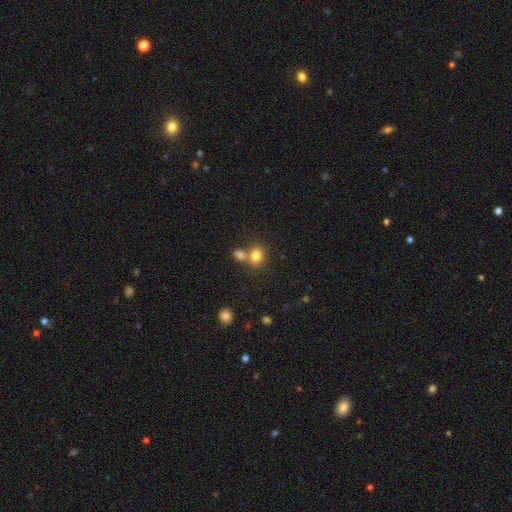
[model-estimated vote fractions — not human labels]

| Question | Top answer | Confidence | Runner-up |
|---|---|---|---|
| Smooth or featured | smooth | 80% | star or artifact (11%) |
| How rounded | round | 56% | in between (43%) |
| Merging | none | 46% | merger (42%) |